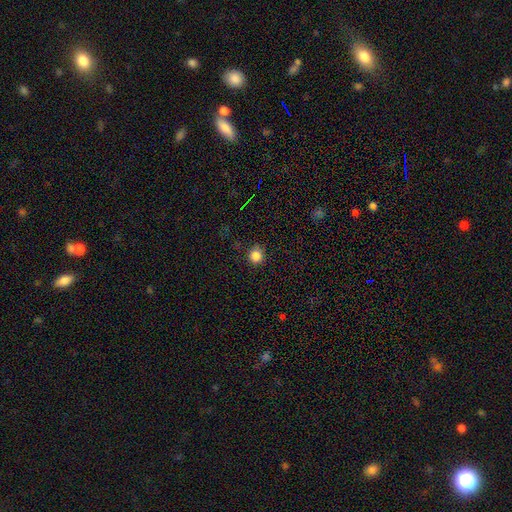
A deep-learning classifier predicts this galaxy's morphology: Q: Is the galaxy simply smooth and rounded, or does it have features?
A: smooth — 84%.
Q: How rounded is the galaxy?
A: round — 92%.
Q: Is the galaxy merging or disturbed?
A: none — 86%.